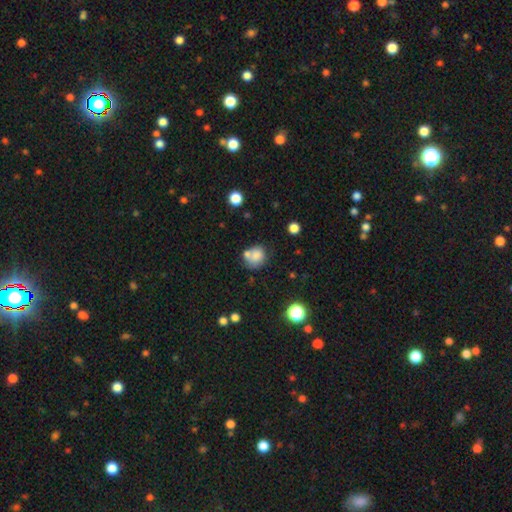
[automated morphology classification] smooth-or-featured: smooth: 76% | featured or disk: 13% | star or artifact: 11%
  how-rounded: round: 72% | in between: 27% | cigar-shaped: 1%
  merging: none: 43% | merger: 32% | minor disturbance: 17% | major disturbance: 8%